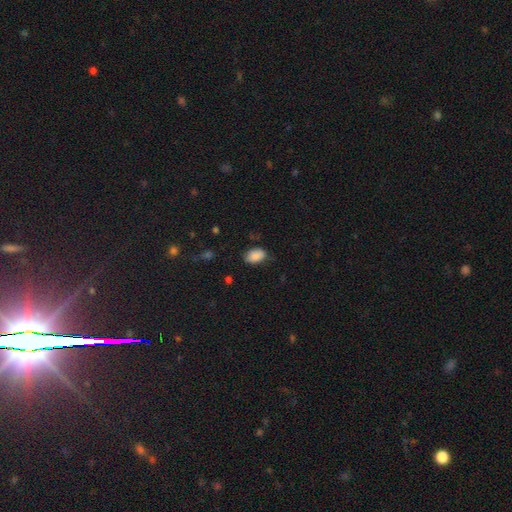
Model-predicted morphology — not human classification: The model was most divided on "merging": none: 76%, minor disturbance: 19%, major disturbance: 4%, merger: 1%. More confident: smooth or featured — smooth (88%); how rounded — in between (86%).